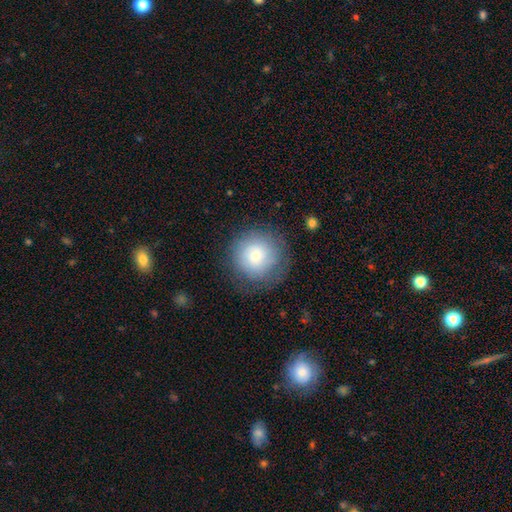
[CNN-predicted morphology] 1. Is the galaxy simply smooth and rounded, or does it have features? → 67% smooth, 23% featured or disk, 10% star or artifact.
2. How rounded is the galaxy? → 94% round, 5% in between, 1% cigar-shaped.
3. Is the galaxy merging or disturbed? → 78% none, 13% minor disturbance, 7% major disturbance, 1% merger.